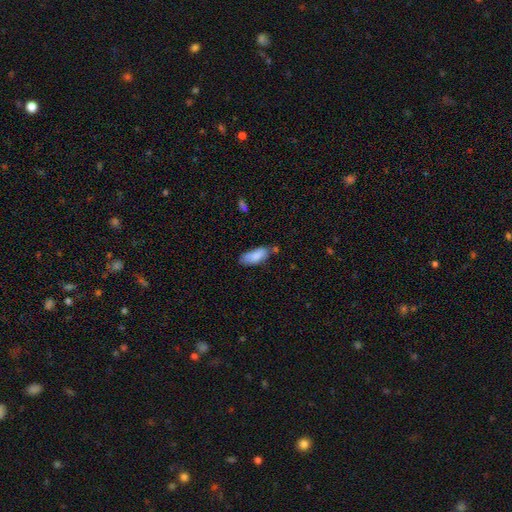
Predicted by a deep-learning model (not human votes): This is clearly a smooth galaxy (85%). How rounded: likely in between (78%). Merging: possibly none (59%).